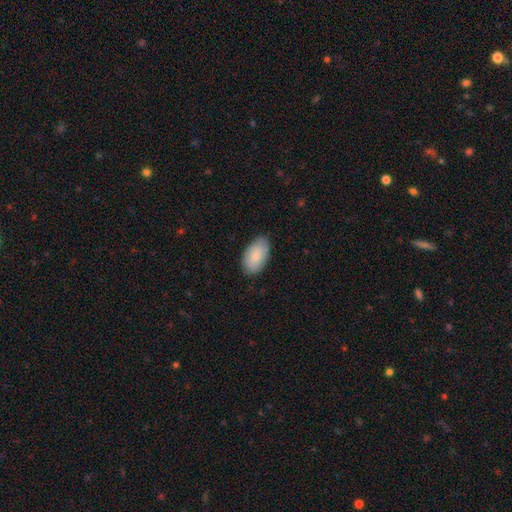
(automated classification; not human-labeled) smooth 81%, featured or disk 13%, star or artifact 6%. Down the decision tree: how rounded — in between (95%); merging — none (81%).